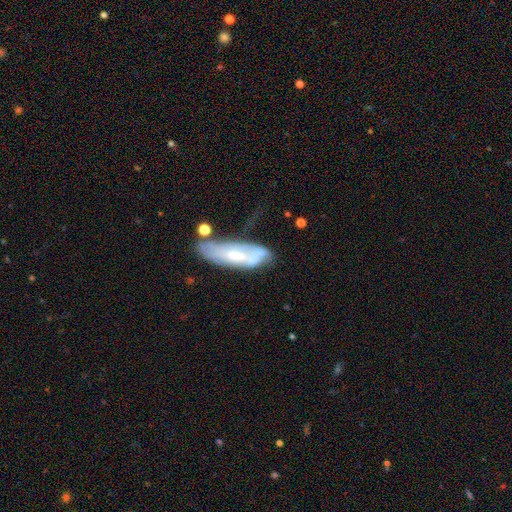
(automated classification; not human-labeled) This is possibly a featured or disk galaxy (52%). It is likely not viewed edge-on (79%). Merging: marginally none (34%).